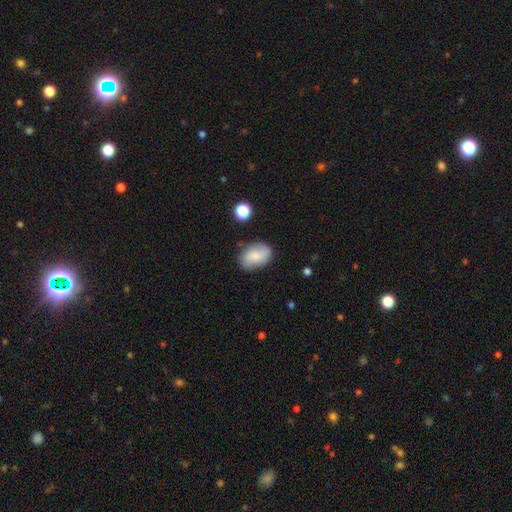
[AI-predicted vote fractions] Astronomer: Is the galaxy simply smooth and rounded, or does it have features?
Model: smooth — 69%.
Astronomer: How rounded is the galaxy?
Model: in between — 86%.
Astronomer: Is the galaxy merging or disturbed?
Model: none — 77%.